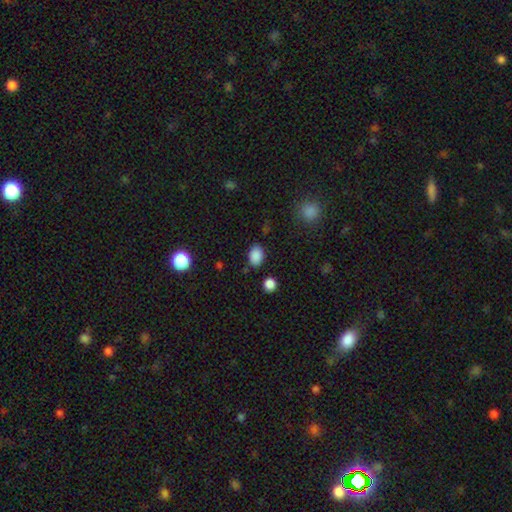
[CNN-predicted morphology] smooth 87%, star or artifact 10%, featured or disk 3%. Down the decision tree: how rounded — in between (78%); merging — none (80%).